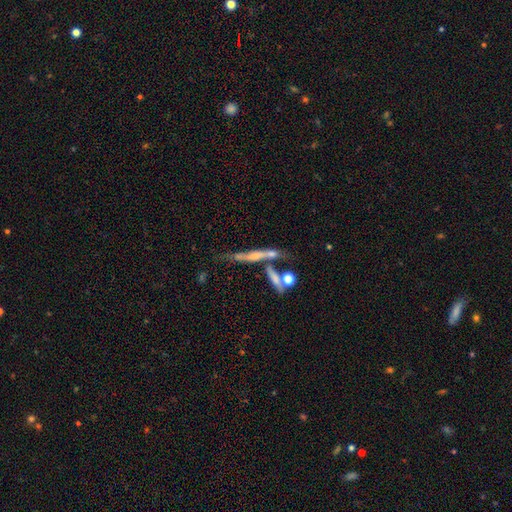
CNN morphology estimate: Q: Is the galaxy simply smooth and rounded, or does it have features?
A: featured or disk — 55%.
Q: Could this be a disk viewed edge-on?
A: yes — 76%.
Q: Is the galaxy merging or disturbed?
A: none — 43%.